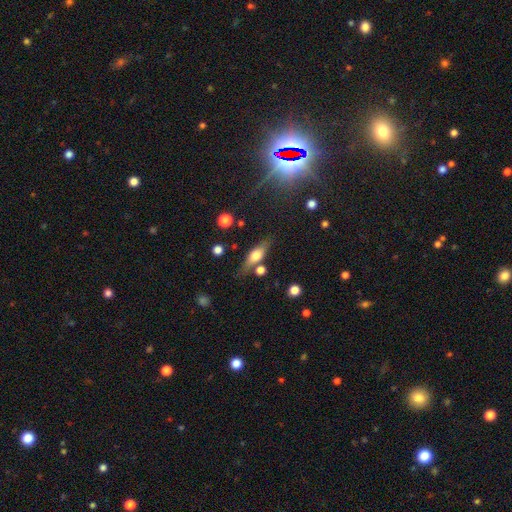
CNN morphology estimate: Q: Smooth or featured?
A: smooth (51%); runner-up: featured or disk (41%)
Q: How rounded?
A: in between (54%); runner-up: cigar-shaped (41%)
Q: Merging?
A: none (70%); runner-up: minor disturbance (16%)